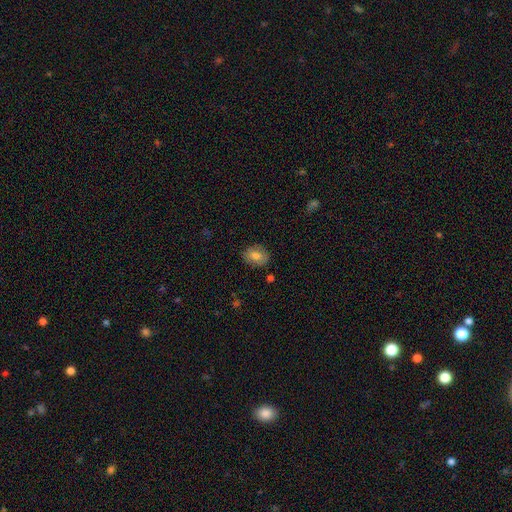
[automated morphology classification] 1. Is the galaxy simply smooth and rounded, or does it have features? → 77% smooth, 15% featured or disk, 8% star or artifact.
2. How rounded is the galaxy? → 65% in between, 34% round, 1% cigar-shaped.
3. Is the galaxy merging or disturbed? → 82% none, 13% minor disturbance, 3% major disturbance, 2% merger.